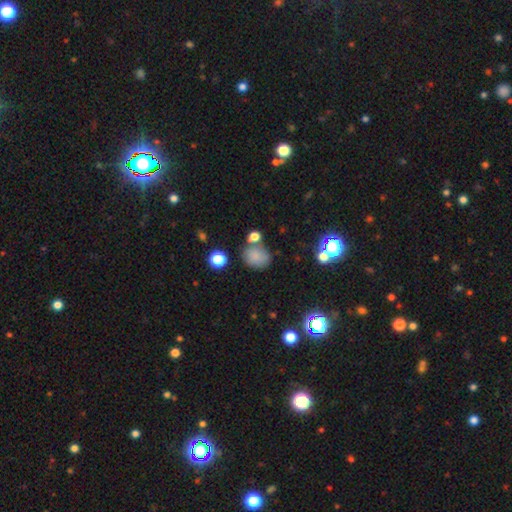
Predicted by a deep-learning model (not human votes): Q: Smooth or featured?
A: smooth (77%); runner-up: star or artifact (13%)
Q: How rounded?
A: round (55%); runner-up: in between (44%)
Q: Merging?
A: none (59%); runner-up: merger (18%)